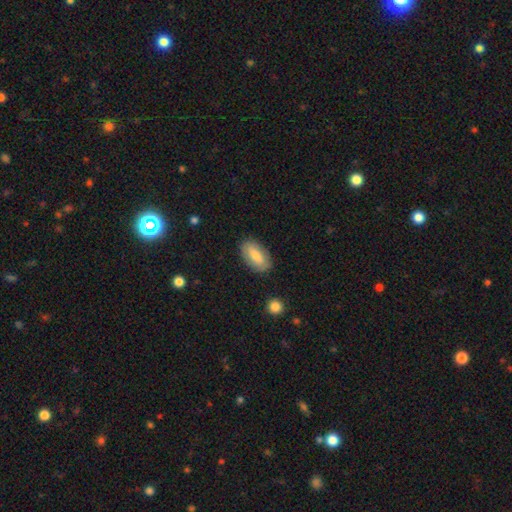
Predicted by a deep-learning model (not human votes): Smooth or featured?
  - smooth: 74% *
  - featured or disk: 20%
  - star or artifact: 6%
How rounded?
  - in between: 92% *
  - cigar-shaped: 5%
  - round: 3%
Merging?
  - none: 84% *
  - minor disturbance: 11%
  - major disturbance: 3%
  - merger: 1%